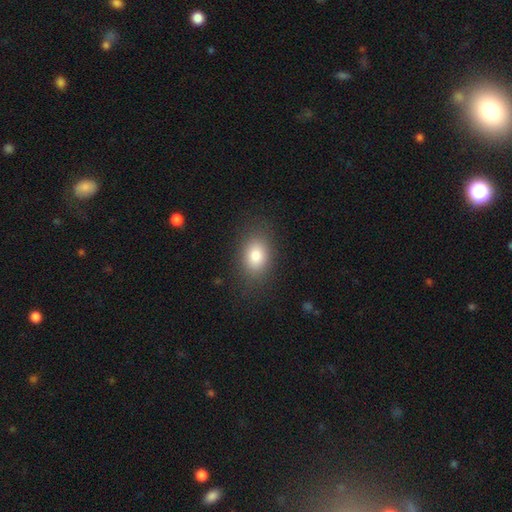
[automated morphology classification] Q: Smooth or featured?
A: smooth (81%); runner-up: star or artifact (9%)
Q: How rounded?
A: in between (79%); runner-up: round (19%)
Q: Merging?
A: none (83%); runner-up: minor disturbance (11%)